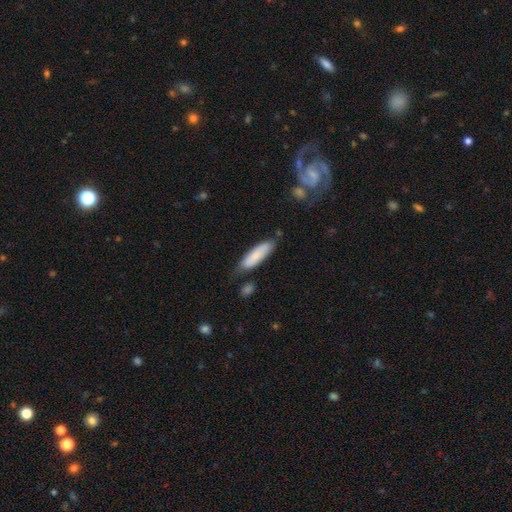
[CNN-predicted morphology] Q: Smooth or featured?
A: smooth (81%); runner-up: featured or disk (13%)
Q: How rounded?
A: cigar-shaped (59%); runner-up: in between (40%)
Q: Merging?
A: none (64%); runner-up: minor disturbance (25%)